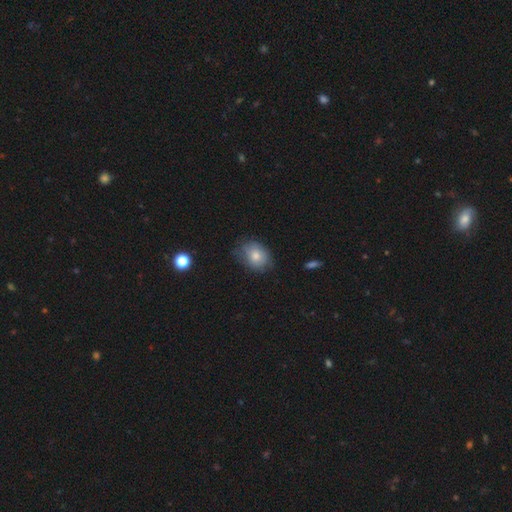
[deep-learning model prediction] Morphology: type=smooth (77%); roundness=in between (61%); merging=none (64%).